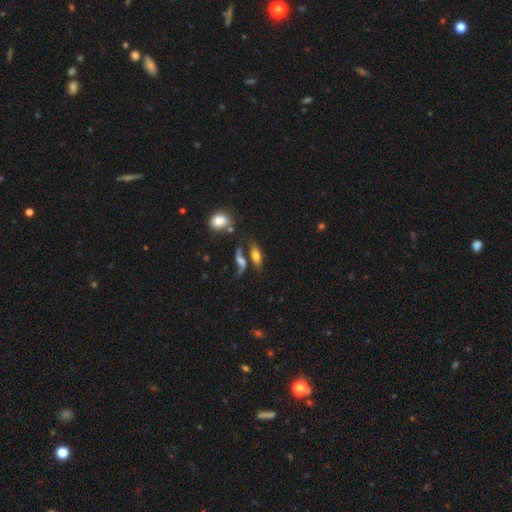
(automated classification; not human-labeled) Morphology: type=smooth (59%); roundness=in between (70%); merging=none (48%).